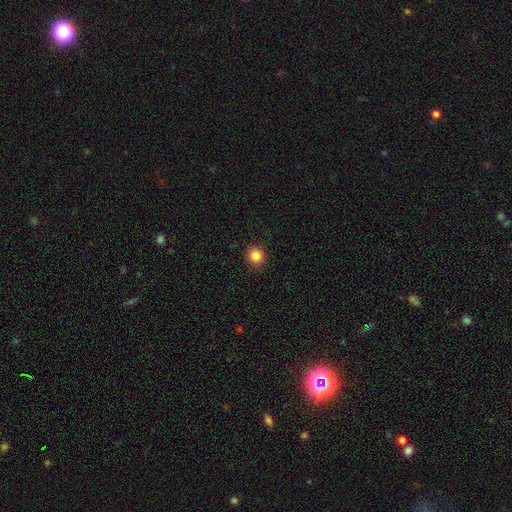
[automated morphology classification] smooth-or-featured: smooth: 84% | star or artifact: 11% | featured or disk: 5%
  how-rounded: round: 91% | in between: 9% | cigar-shaped: 1%
  merging: none: 91% | minor disturbance: 6% | major disturbance: 2% | merger: 1%